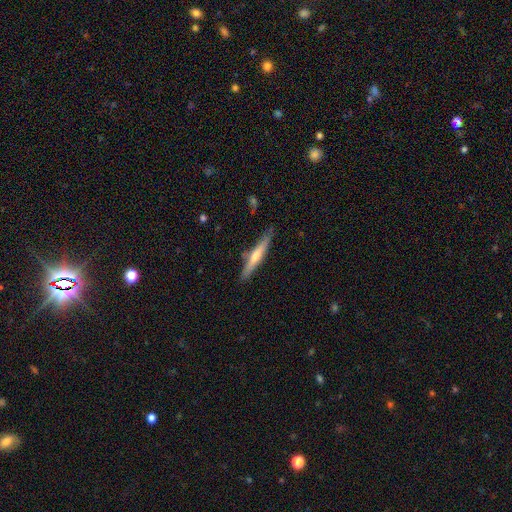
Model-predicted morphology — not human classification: This appears to be a featured or disk galaxy (60%) viewed edge-on (96%) with a rounded central bulge (80%). Merging: none (87%).